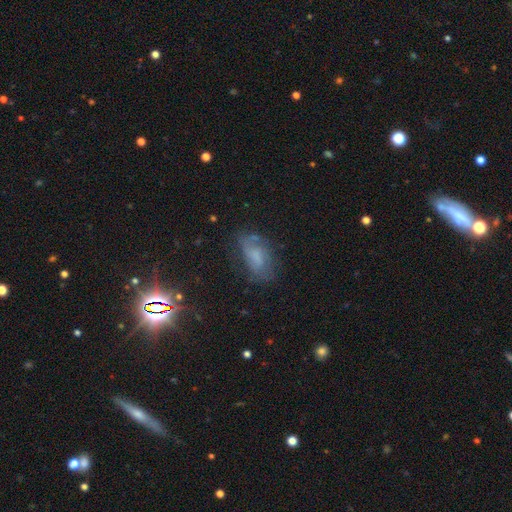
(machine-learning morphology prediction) The model was most divided on "smooth or featured": smooth: 42%, featured or disk: 38%, star or artifact: 19%. More confident: merging — none (59%).